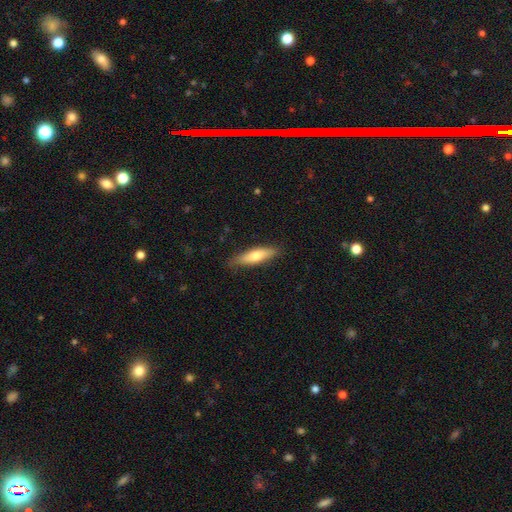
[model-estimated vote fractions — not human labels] The model was most divided on "how rounded": cigar-shaped: 65%, in between: 34%, round: 2%. More confident: merging — none (83%); smooth or featured — smooth (70%).